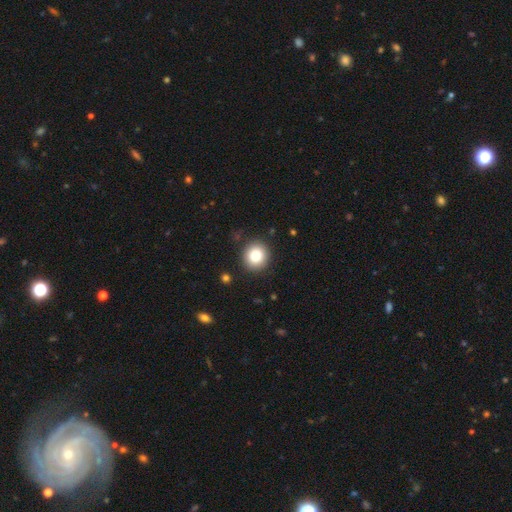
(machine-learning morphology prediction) Smooth or featured?
  - smooth: 81% *
  - star or artifact: 10%
  - featured or disk: 8%
How rounded?
  - round: 90% *
  - in between: 10%
  - cigar-shaped: 1%
Merging?
  - none: 90% *
  - minor disturbance: 7%
  - major disturbance: 2%
  - merger: 1%